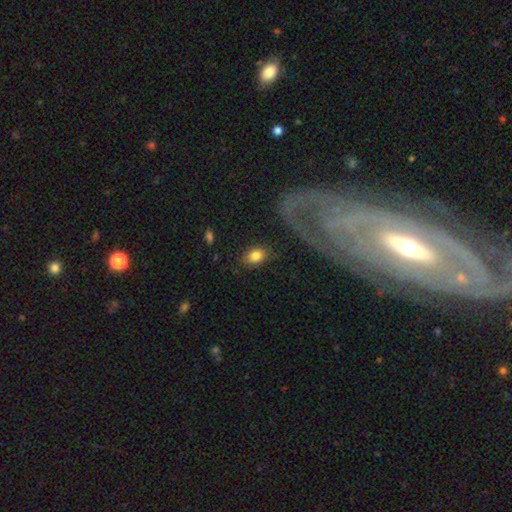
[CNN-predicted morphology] Smooth or featured? smooth (82%)
How rounded? in between (78%)
Merging? none (80%)